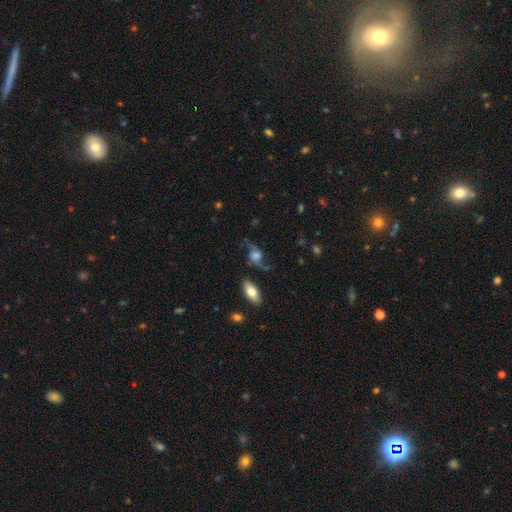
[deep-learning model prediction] featured or disk 72%, smooth 19%, star or artifact 9%. Down the decision tree: edge-on disk — no (91%); bar — no (65%); spiral arms — yes (93%); spiral arm count — 2 (93%); spiral winding — loose (87%); bulge size — large (35%); merging — none (64%).